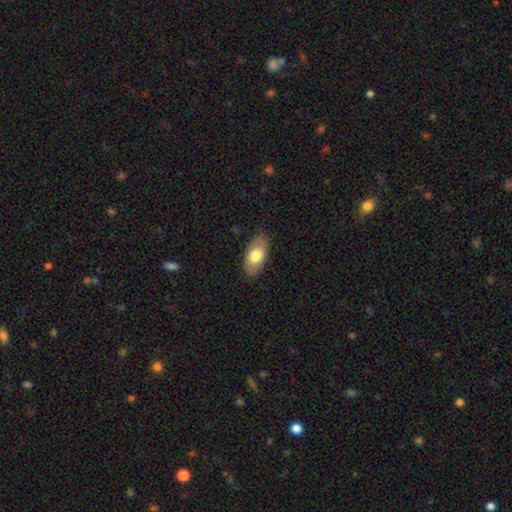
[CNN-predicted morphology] A smooth galaxy with no disk features (74%) that is in between round and cigar-shaped (93%). Merging: none (83%).